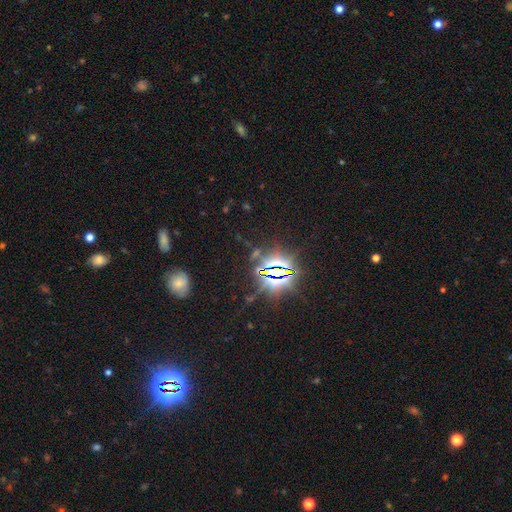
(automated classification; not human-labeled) star or artifact 82%, smooth 9%, featured or disk 8%.